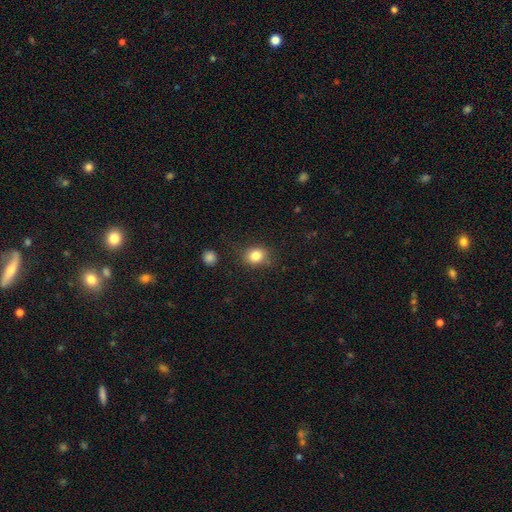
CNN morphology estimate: The model was most divided on "how rounded": round: 57%, in between: 42%, cigar-shaped: 1%. More confident: smooth or featured — smooth (83%); merging — none (81%).